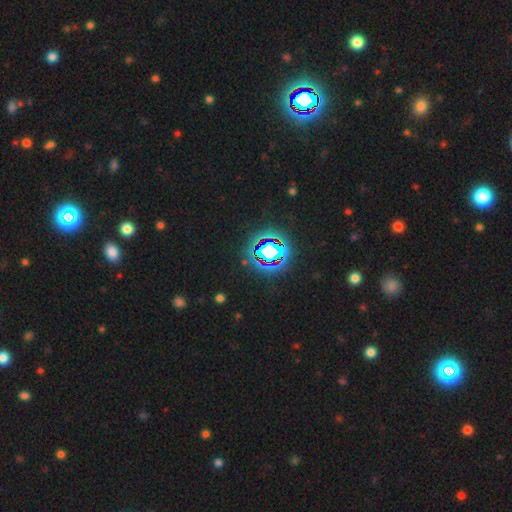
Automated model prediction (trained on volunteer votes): star or artifact 81%, smooth 11%, featured or disk 7%.